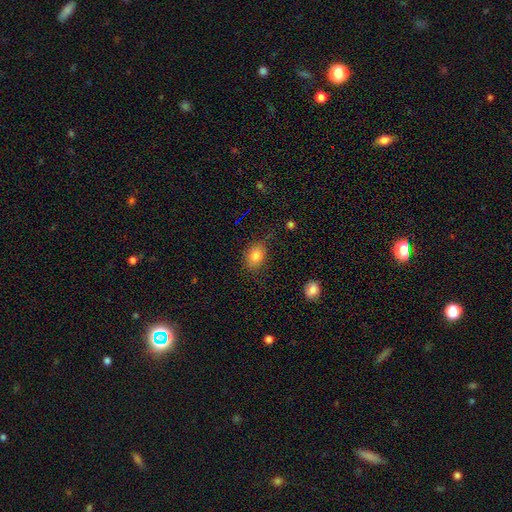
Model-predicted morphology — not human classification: A smooth galaxy with no disk features (82%) that is in between round and cigar-shaped (66%).

Vote fractions:
- Smooth or featured? smooth: 82% / star or artifact: 11% / featured or disk: 8%
- How rounded? in between: 66% / round: 33% / cigar-shaped: 1%
- Merging? none: 71% / minor disturbance: 20% / major disturbance: 7% / merger: 2%